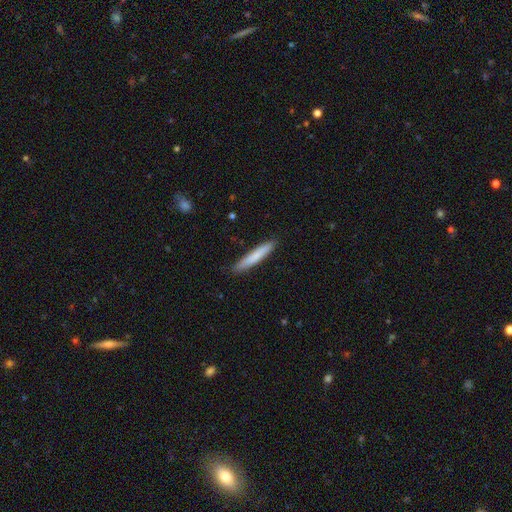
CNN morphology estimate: Smooth or featured? smooth (76%)
How rounded? cigar-shaped (95%)
Merging? none (88%)